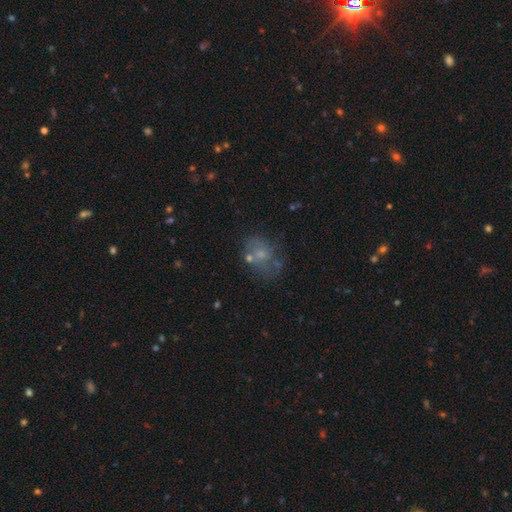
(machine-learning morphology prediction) This is marginally a smooth galaxy (43%). Merging: possibly none (49%).